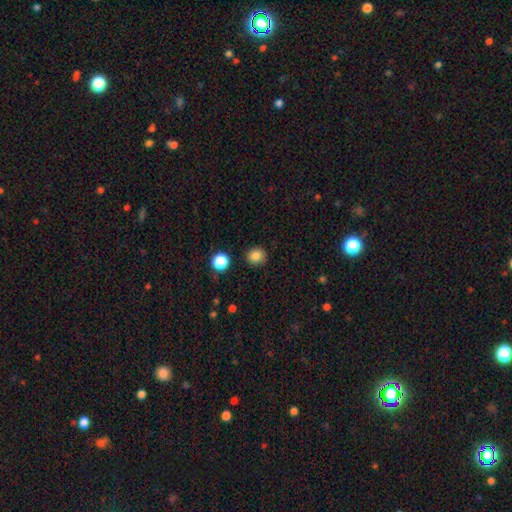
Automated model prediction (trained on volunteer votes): Smooth or featured? smooth (85%)
How rounded? round (82%)
Merging? none (89%)